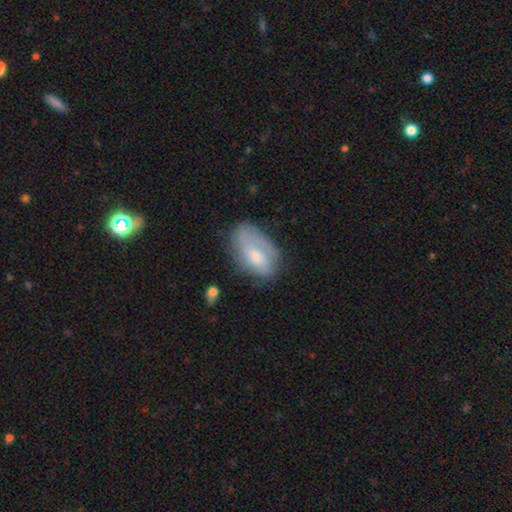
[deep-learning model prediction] Smooth or featured?
  - featured or disk: 47% *
  - smooth: 46%
  - star or artifact: 7%
Merging?
  - none: 51% *
  - minor disturbance: 30%
  - major disturbance: 16%
  - merger: 3%